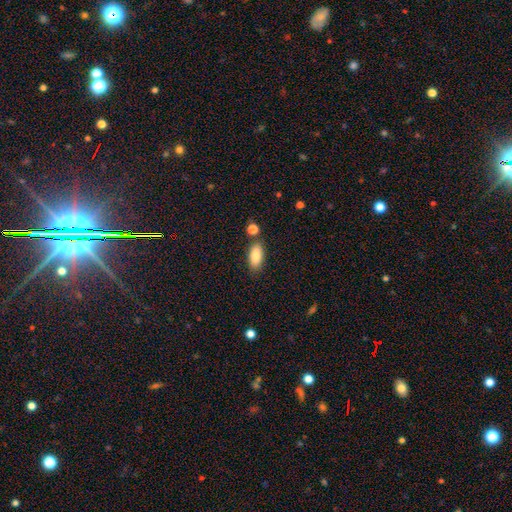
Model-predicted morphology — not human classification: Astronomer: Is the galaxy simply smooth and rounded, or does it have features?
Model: smooth — 85%.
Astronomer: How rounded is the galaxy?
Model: in between — 87%.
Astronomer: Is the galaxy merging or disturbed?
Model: none — 78%.